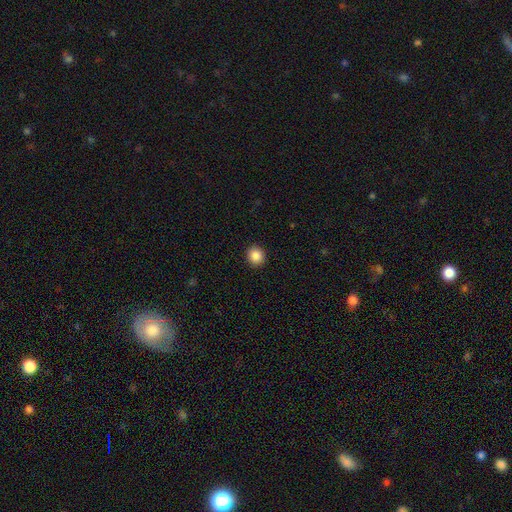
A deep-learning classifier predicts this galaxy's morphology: The model was most divided on "smooth or featured": smooth: 87%, star or artifact: 10%, featured or disk: 4%. More confident: merging — none (93%); how rounded — round (89%).